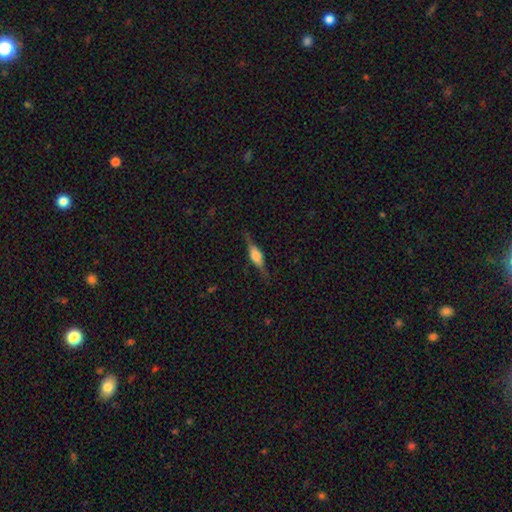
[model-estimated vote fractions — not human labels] Smooth or featured? featured or disk (64%)
Edge-on disk? yes (96%)
Edge-on bulge? rounded (76%)
Merging? none (82%)